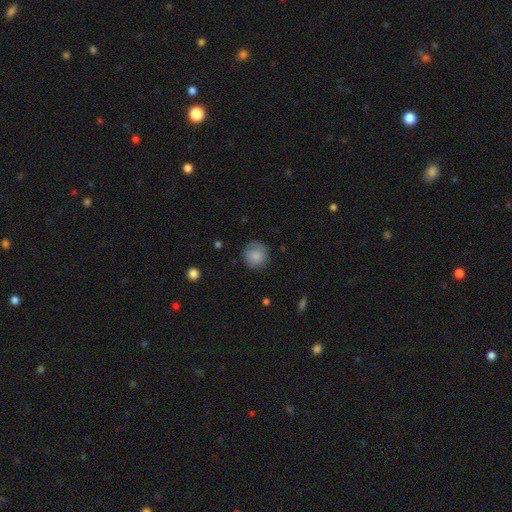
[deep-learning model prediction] smooth_or_featured: smooth (p=0.85) [alt: star or artifact p=0.08]
how_rounded: round (p=0.91) [alt: in between p=0.08]
merging: none (p=0.79) [alt: minor disturbance p=0.15]